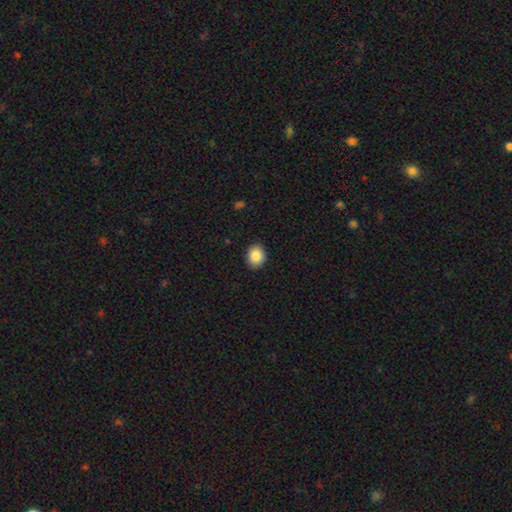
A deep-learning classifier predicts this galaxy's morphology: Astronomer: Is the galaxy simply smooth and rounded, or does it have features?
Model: smooth — 86%.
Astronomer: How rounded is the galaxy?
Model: round — 53% (runner-up: in between, 47%).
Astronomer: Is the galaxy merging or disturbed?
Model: none — 90%.